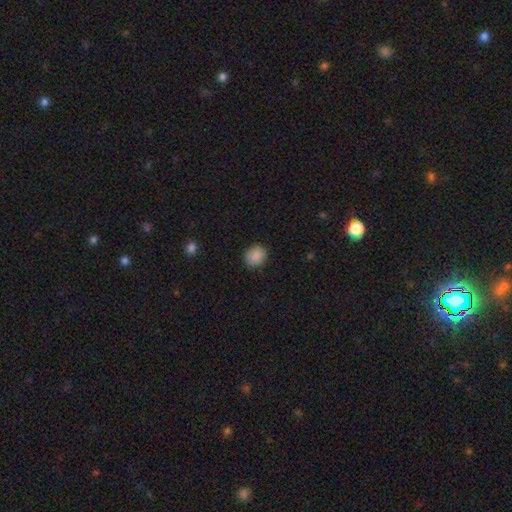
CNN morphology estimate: The model was most divided on "how rounded": round: 66%, in between: 33%, cigar-shaped: 1%. More confident: smooth or featured — smooth (88%); merging — none (88%).